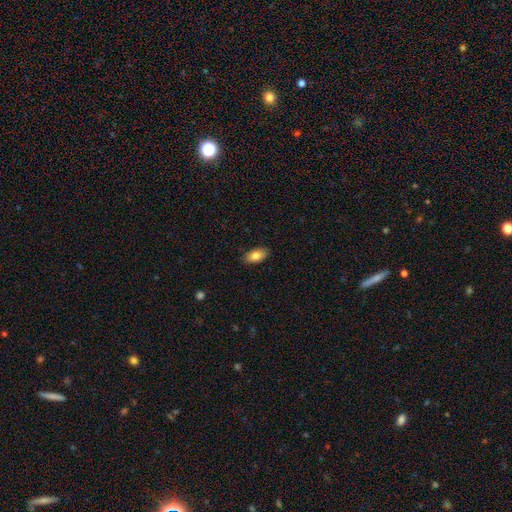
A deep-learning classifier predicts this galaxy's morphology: Smooth or featured? smooth (83%)
How rounded? in between (93%)
Merging? none (88%)